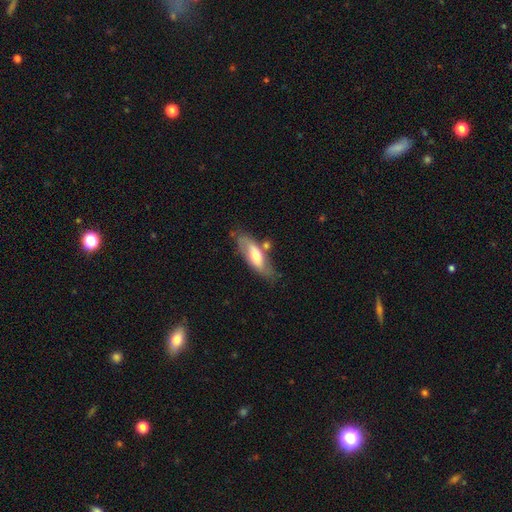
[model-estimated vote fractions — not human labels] Q: Smooth or featured?
A: smooth (48%); runner-up: featured or disk (46%)
Q: Merging?
A: none (60%); runner-up: minor disturbance (21%)